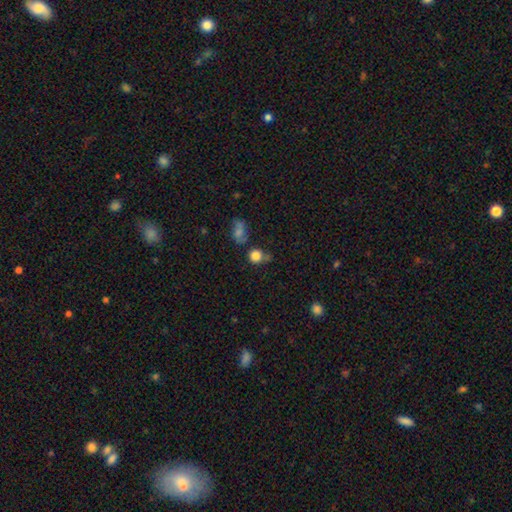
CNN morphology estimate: A smooth galaxy with no disk features (82%) that is round (85%).

Vote fractions:
- Smooth or featured? smooth: 82% / star or artifact: 12% / featured or disk: 6%
- How rounded? round: 85% / in between: 14% / cigar-shaped: 1%
- Merging? none: 58% / minor disturbance: 20% / merger: 15% / major disturbance: 7%